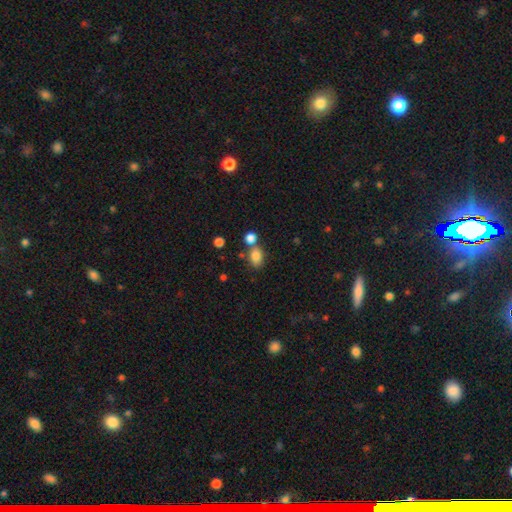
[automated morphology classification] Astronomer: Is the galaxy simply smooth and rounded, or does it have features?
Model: smooth — 83%.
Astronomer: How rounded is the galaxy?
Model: in between — 71%.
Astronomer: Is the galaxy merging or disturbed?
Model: none — 56%.